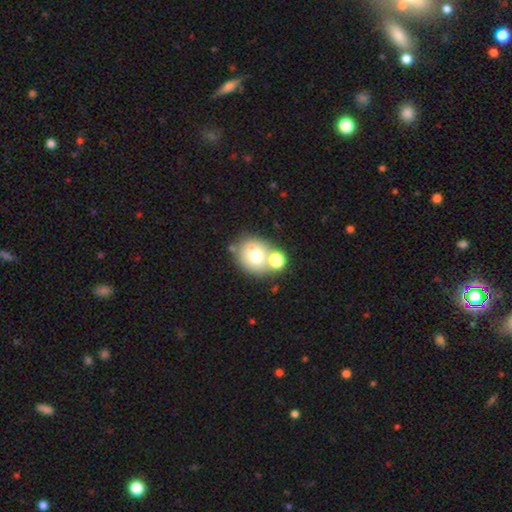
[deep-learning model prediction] A smooth galaxy with no disk features (67%) that is round (74%).

Vote fractions:
- Smooth or featured? smooth: 67% / featured or disk: 20% / star or artifact: 13%
- How rounded? round: 74% / in between: 25% / cigar-shaped: 1%
- Merging? none: 56% / merger: 29% / minor disturbance: 11% / major disturbance: 4%